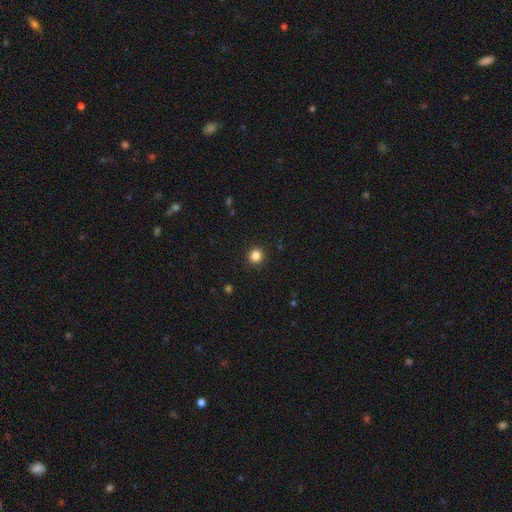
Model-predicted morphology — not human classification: smooth_or_featured: smooth (p=0.84) [alt: star or artifact p=0.12]
how_rounded: round (p=0.94) [alt: in between p=0.05]
merging: none (p=0.93) [alt: minor disturbance p=0.05]